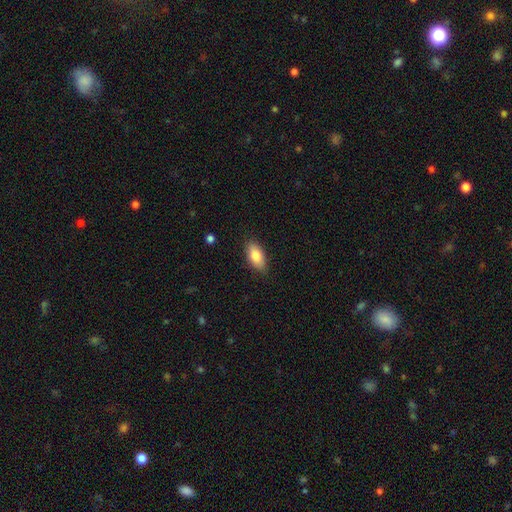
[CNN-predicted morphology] Smooth or featured? smooth (83%)
How rounded? in between (89%)
Merging? none (85%)